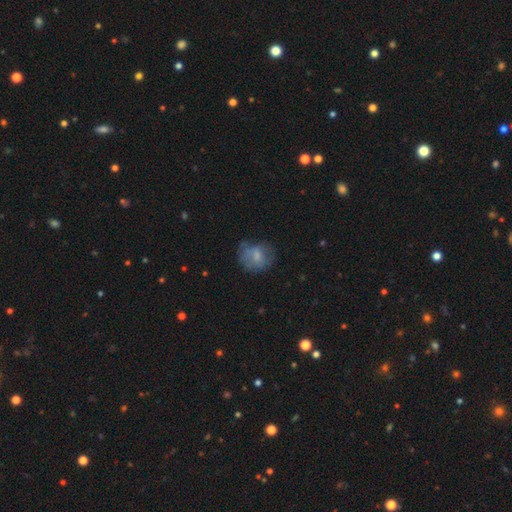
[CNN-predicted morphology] Smooth or featured?
  - smooth: 63% *
  - featured or disk: 27%
  - star or artifact: 10%
How rounded?
  - round: 63% *
  - in between: 36%
  - cigar-shaped: 1%
Merging?
  - none: 54% *
  - minor disturbance: 27%
  - major disturbance: 17%
  - merger: 3%